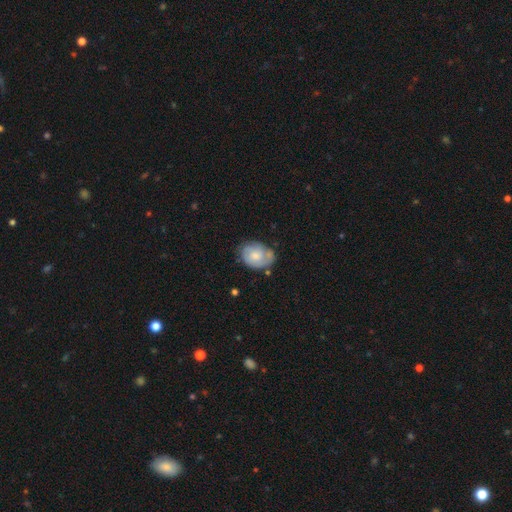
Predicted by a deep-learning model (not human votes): featured or disk 51%, smooth 43%, star or artifact 6%. Down the decision tree: edge-on disk — no (97%); merging — none (61%).